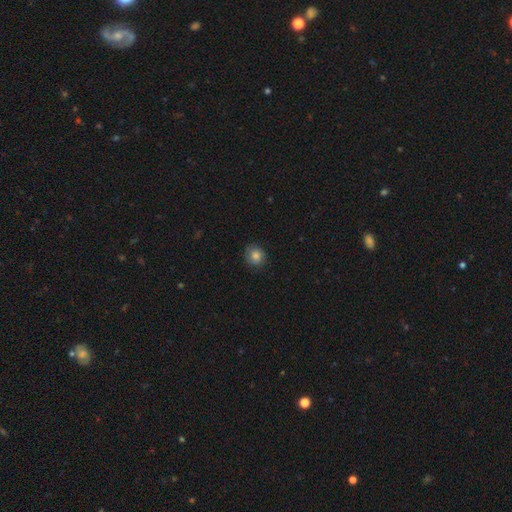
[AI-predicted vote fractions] Smooth or featured: smooth — 82% (star or artifact — 10%)
How rounded: round — 82% (in between — 17%)
Merging: none — 80% (minor disturbance — 16%)